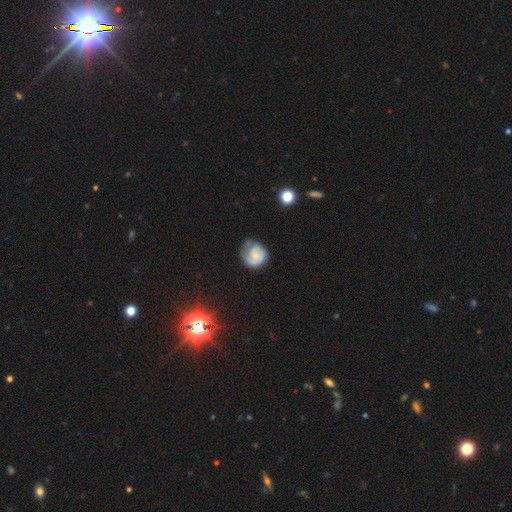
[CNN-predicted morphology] This appears to be a featured or disk galaxy (51%). Merging: none (48%).